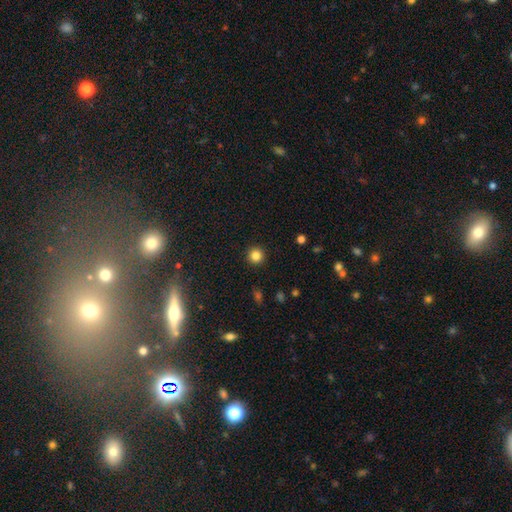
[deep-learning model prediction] Smooth or featured? Predicted: smooth (p=0.83). How rounded? Predicted: round (p=0.95). Merging? Predicted: none (p=0.92).